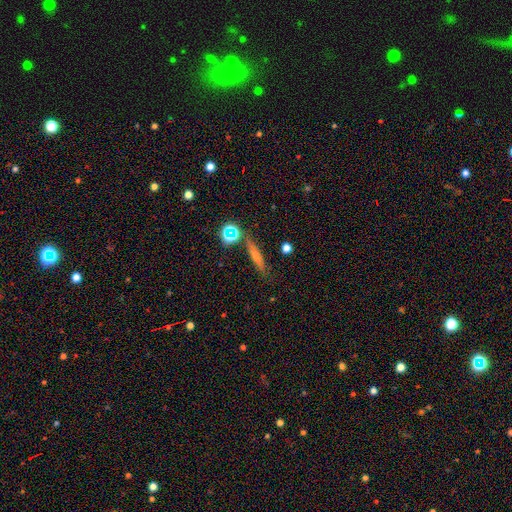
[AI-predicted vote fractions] smooth-or-featured: smooth: 42% | featured or disk: 40% | star or artifact: 18%
  merging: none: 78% | minor disturbance: 12% | merger: 7% | major disturbance: 4%